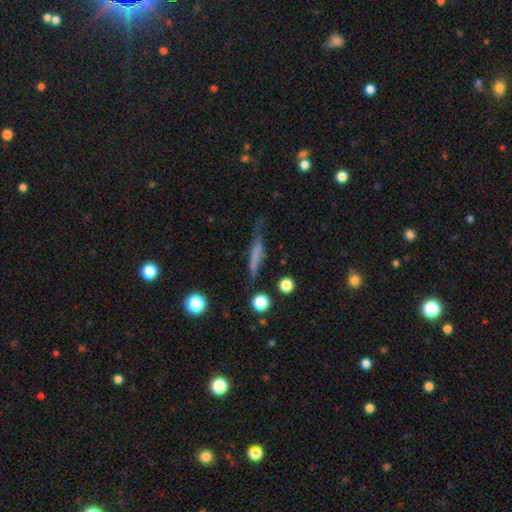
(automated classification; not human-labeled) Smooth or featured: smooth — 55% (featured or disk — 34%)
How rounded: cigar-shaped — 85% (in between — 11%)
Merging: none — 63% (minor disturbance — 24%)